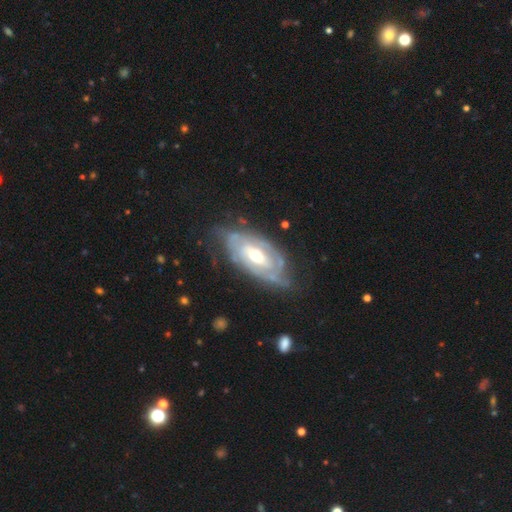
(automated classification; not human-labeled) smooth-or-featured: featured or disk: 86% | smooth: 10% | star or artifact: 4%
  disk-edge-on: no: 93% | yes: 7%
    bar: no: 45% | weak: 39% | strong: 16%
    has-spiral-arms: yes: 92% | no: 8%
      spiral-winding: tight: 72% | medium: 23% | loose: 6%
      spiral-arm-count: can't tell: 37% (tied) | 2: 37% (tied) | 3: 13% | 1: 5% | 4: 5% | more than 4: 3%
    bulge-size: moderate: 67% | small: 25% | large: 6% | none: 1% | dominant: 1%
  merging: none: 68% | minor disturbance: 23% | major disturbance: 8% | merger: 2%